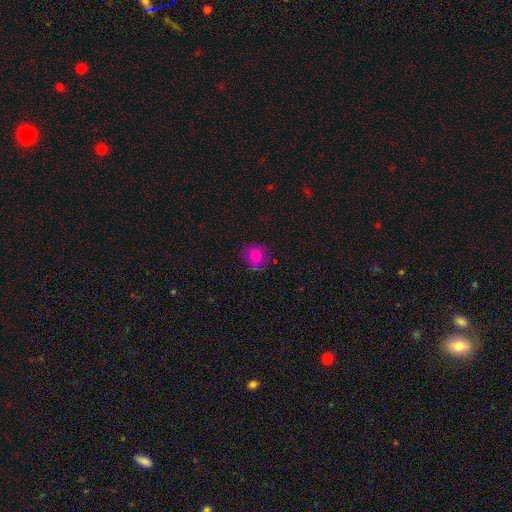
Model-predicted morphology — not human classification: This appears to be a smooth galaxy with no disk features (77%) that is round (84%). Merging: none (81%).